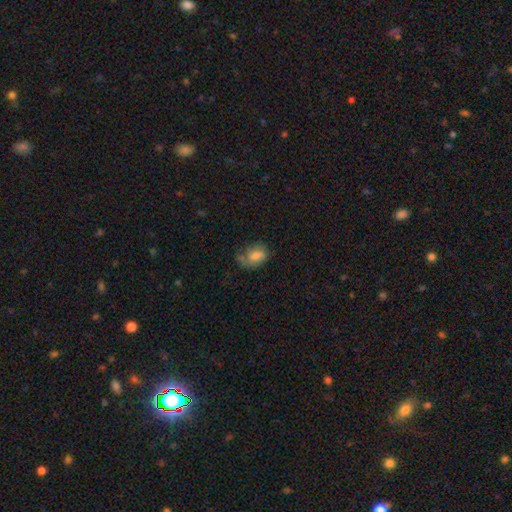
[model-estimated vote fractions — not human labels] A smooth galaxy with no disk features (72%) that is in between round and cigar-shaped (82%). Merging: none (44%).